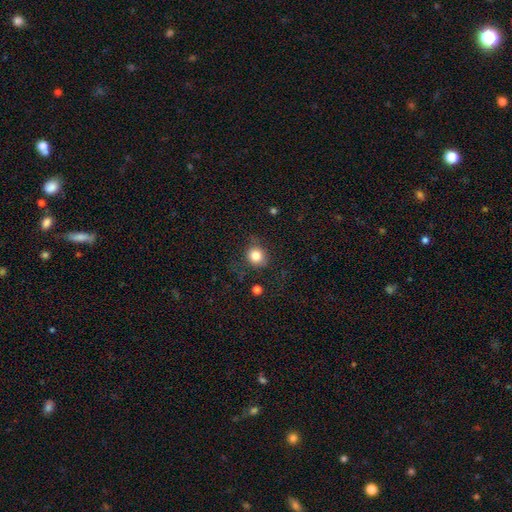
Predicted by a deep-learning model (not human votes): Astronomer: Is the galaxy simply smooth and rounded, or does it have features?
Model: smooth — 82%.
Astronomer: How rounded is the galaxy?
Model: round — 82%.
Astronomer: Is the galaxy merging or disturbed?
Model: none — 74%.